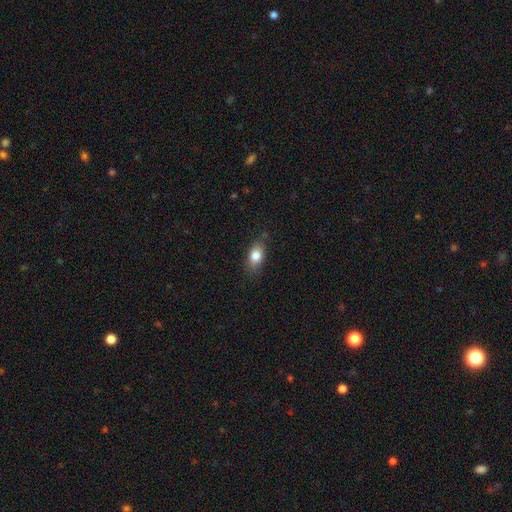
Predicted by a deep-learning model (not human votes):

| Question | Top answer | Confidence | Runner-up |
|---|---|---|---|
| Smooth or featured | smooth | 81% | featured or disk (11%) |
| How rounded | in between | 82% | round (12%) |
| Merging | none | 76% | minor disturbance (18%) |